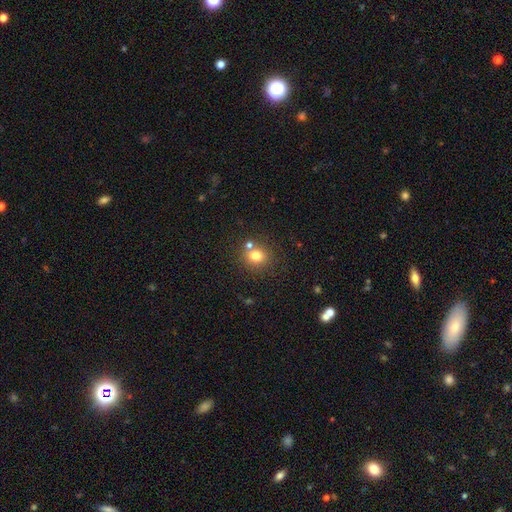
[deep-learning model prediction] Q: Smooth or featured?
A: smooth (77%); runner-up: star or artifact (14%)
Q: How rounded?
A: round (81%); runner-up: in between (18%)
Q: Merging?
A: none (70%); runner-up: merger (18%)